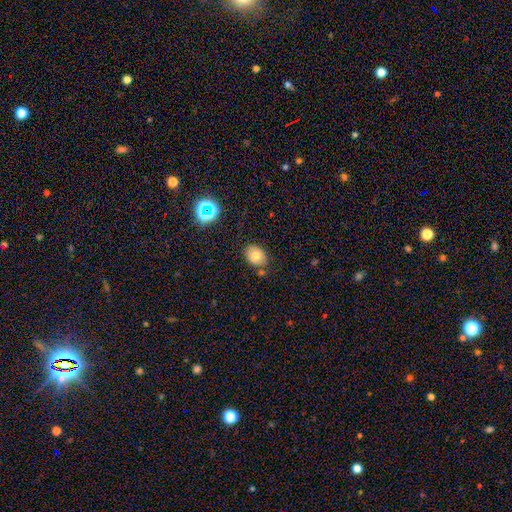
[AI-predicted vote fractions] smooth 76%, featured or disk 12%, star or artifact 12%. Down the decision tree: how rounded — in between (71%); merging — none (77%).